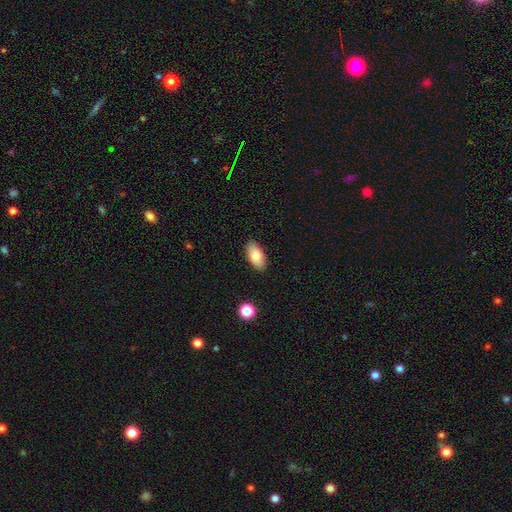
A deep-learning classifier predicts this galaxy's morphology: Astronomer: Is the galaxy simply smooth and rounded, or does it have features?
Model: smooth — 81%.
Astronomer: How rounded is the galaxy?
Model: in between — 93%.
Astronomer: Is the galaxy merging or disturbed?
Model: none — 88%.